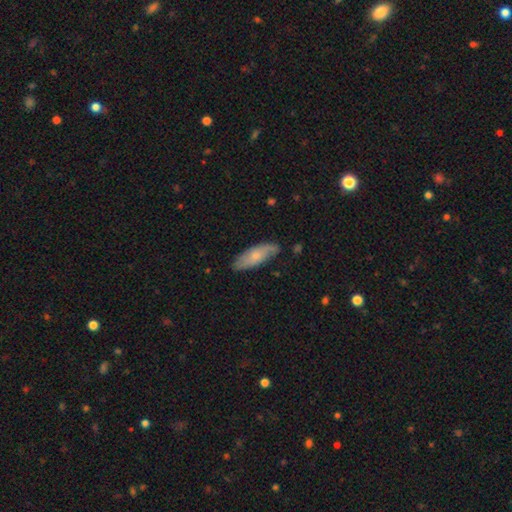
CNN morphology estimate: Overall: smooth (55%; featured or disk 39%). How rounded: in between (63%; cigar-shaped 34%). Merging: none (76%).